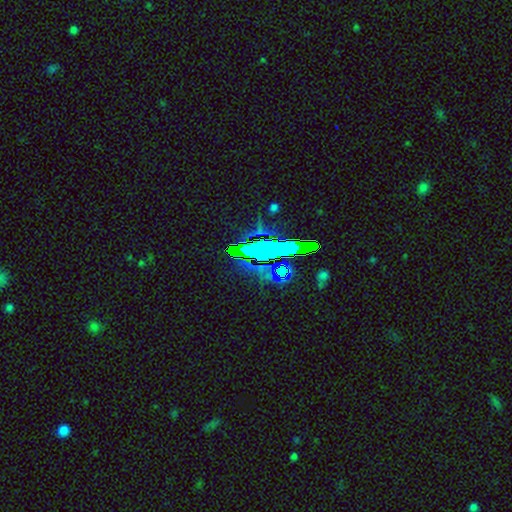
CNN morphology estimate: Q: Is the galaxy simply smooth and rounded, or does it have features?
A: star or artifact — 74%.